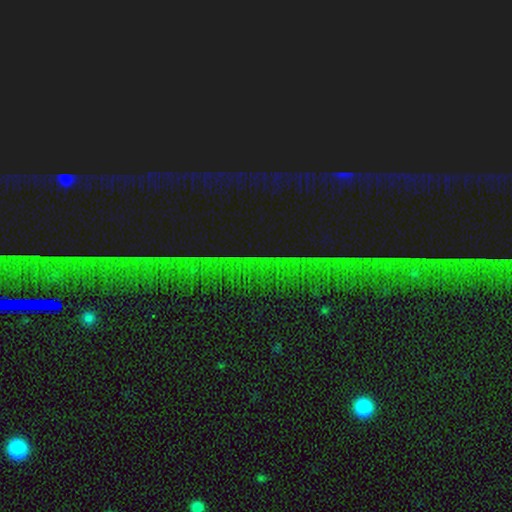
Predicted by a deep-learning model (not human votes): Morphology: type=star or artifact (86%).